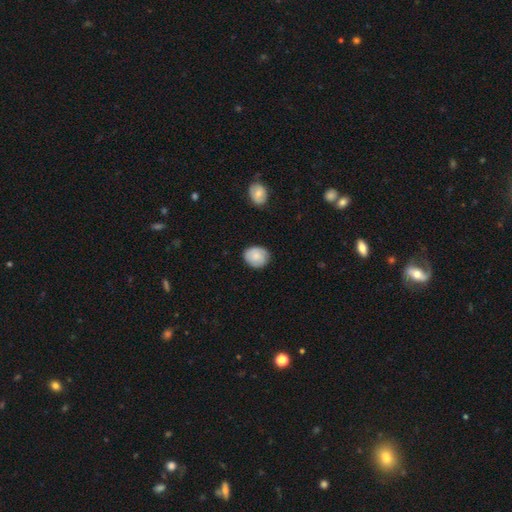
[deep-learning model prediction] Overall: smooth (79%). How rounded: round (58%; in between 41%). Merging: none (79%).